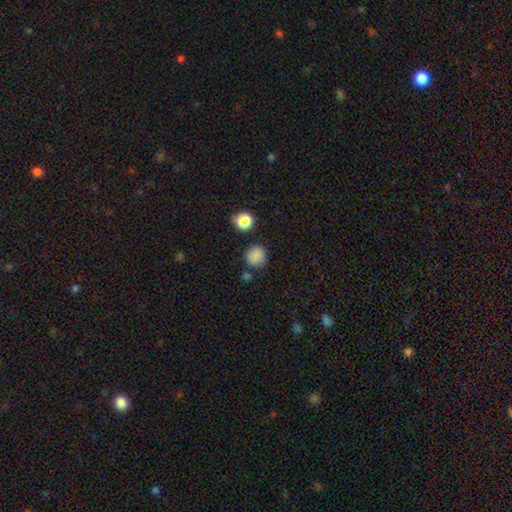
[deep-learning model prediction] The model was most divided on "merging": none: 79%, minor disturbance: 12%, merger: 6%, major disturbance: 4%. More confident: how rounded — round (85%); smooth or featured — smooth (83%).